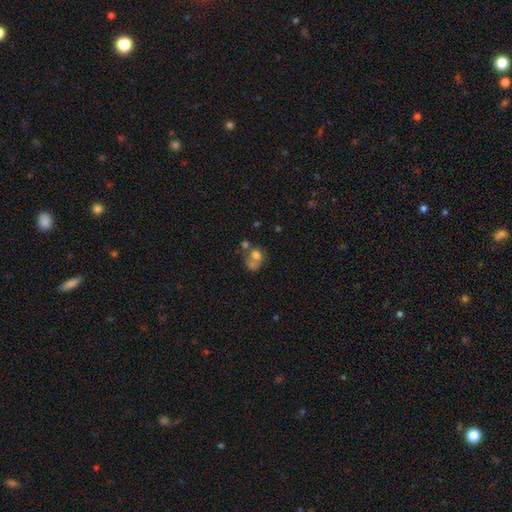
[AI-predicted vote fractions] smooth_or_featured: smooth (p=0.64) [alt: featured or disk p=0.24]
how_rounded: round (p=0.54) [alt: in between p=0.45]
merging: merger (p=0.49) [alt: none p=0.22]